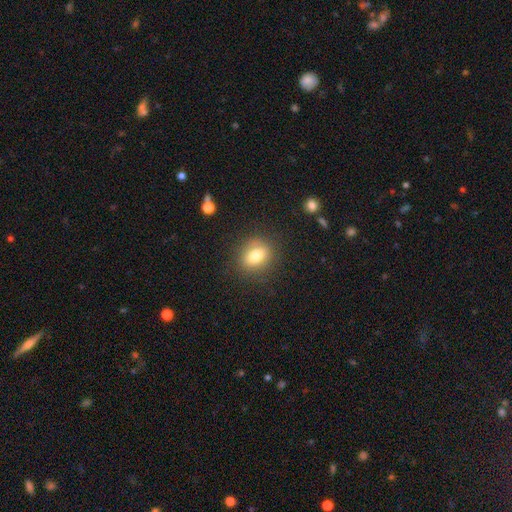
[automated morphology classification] A smooth galaxy with no disk features (77%) that is in between round and cigar-shaped (49%, tied with round).

Vote fractions:
- Smooth or featured? smooth: 77% / featured or disk: 13% / star or artifact: 10%
- How rounded? in between: 49% (tied) / round: 49% (tied) / cigar-shaped: 2%
- Merging? none: 84% / minor disturbance: 11% / major disturbance: 4% / merger: 1%